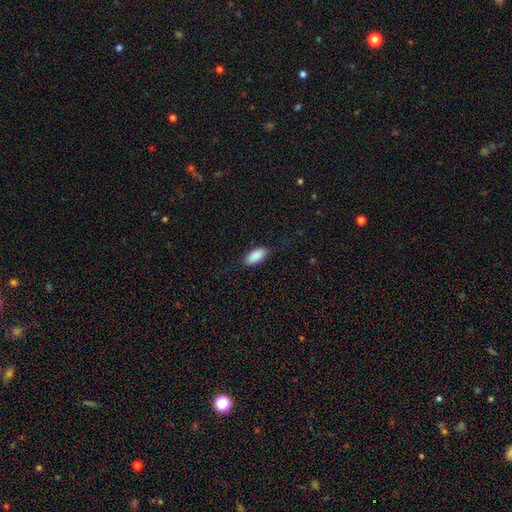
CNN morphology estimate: Smooth or featured?
  - smooth: 90% *
  - star or artifact: 6%
  - featured or disk: 4%
How rounded?
  - in between: 91% *
  - cigar-shaped: 7%
  - round: 2%
Merging?
  - none: 81% *
  - minor disturbance: 14%
  - major disturbance: 4%
  - merger: 1%